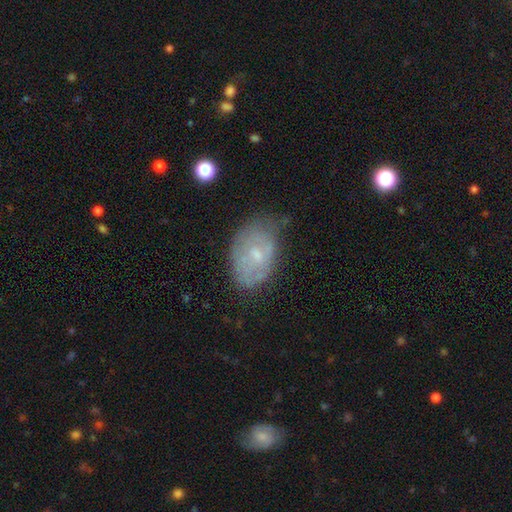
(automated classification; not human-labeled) Smooth or featured?
  - featured or disk: 50% *
  - smooth: 42%
  - star or artifact: 8%
Edge-on disk?
  - no: 95% *
  - yes: 5%
Merging?
  - none: 55% *
  - minor disturbance: 31%
  - major disturbance: 11%
  - merger: 3%